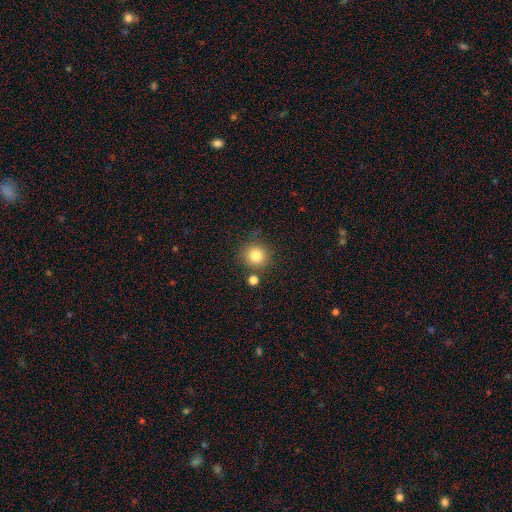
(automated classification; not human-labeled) smooth_or_featured: smooth (p=0.82) [alt: star or artifact p=0.12]
how_rounded: round (p=0.92) [alt: in between p=0.07]
merging: none (p=0.78) [alt: minor disturbance p=0.10]